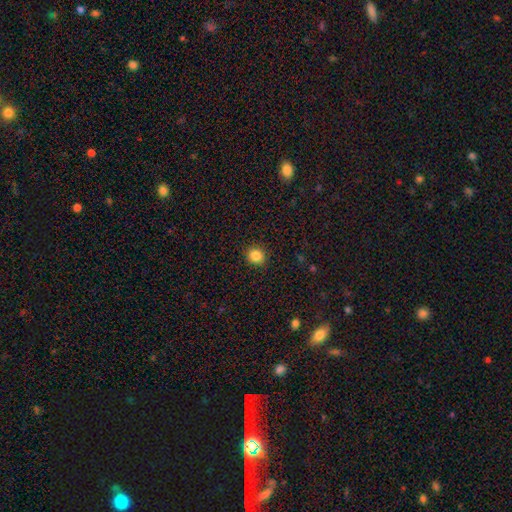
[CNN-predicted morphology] This appears to be a smooth galaxy with no disk features (85%) that is round (89%). Merging: none (92%).